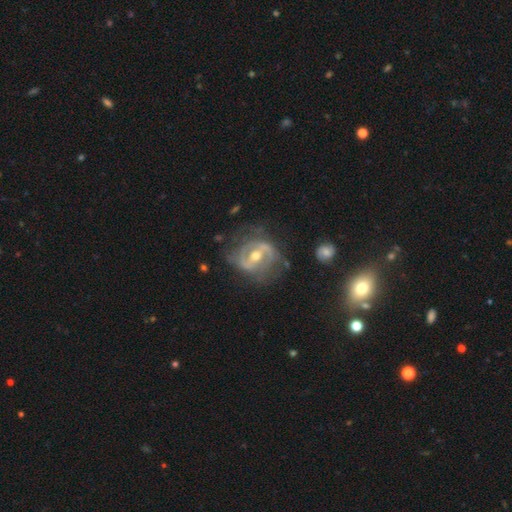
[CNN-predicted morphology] smooth_or_featured: featured or disk (p=0.85) [alt: smooth p=0.09]
disk_edge_on: no (p=0.96) [alt: yes p=0.04]
bar: strong (p=0.43) [alt: weak p=0.37]
has_spiral_arms: yes (p=0.83) [alt: no p=0.17]
spiral_winding: medium (p=0.42) [alt: tight p=0.36]
spiral_arm_count: 2 (p=0.68) [alt: can't tell p=0.17]
bulge_size: moderate (p=0.71) [alt: small p=0.24]
merging: none (p=0.62) [alt: minor disturbance p=0.21]